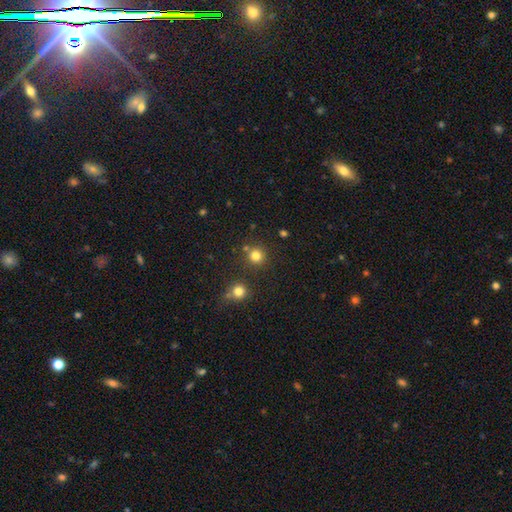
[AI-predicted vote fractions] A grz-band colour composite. It shows a smooth galaxy with no disk features (79%) that is round (94%). Merging: none (81%).